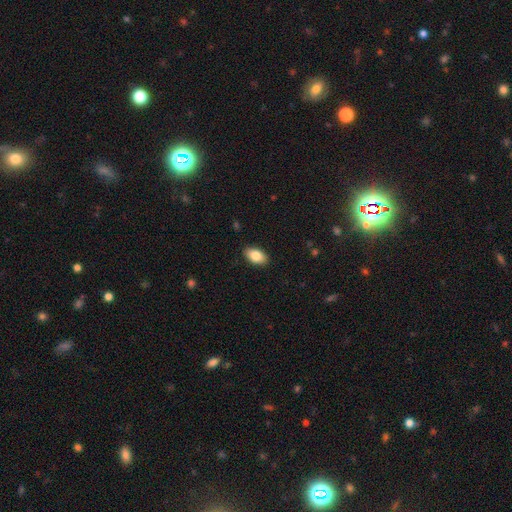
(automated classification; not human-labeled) smooth_or_featured: smooth (p=0.84) [alt: featured or disk p=0.09]
how_rounded: in between (p=0.93) [alt: round p=0.05]
merging: none (p=0.89) [alt: minor disturbance p=0.09]